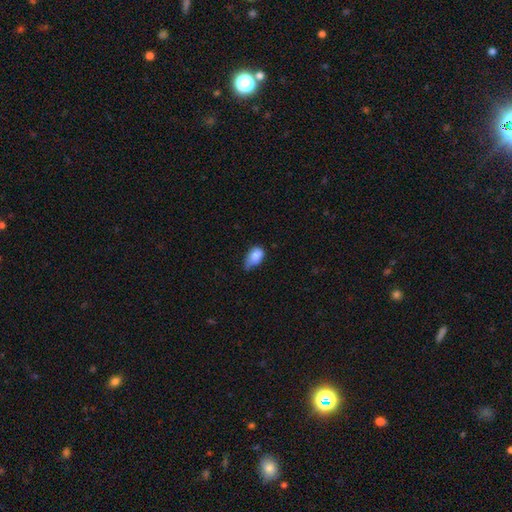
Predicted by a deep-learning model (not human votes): Smooth or featured?
  - smooth: 84% *
  - featured or disk: 9%
  - star or artifact: 8%
How rounded?
  - in between: 88% *
  - round: 11%
  - cigar-shaped: 2%
Merging?
  - minor disturbance: 51% *
  - none: 31%
  - major disturbance: 15%
  - merger: 3%